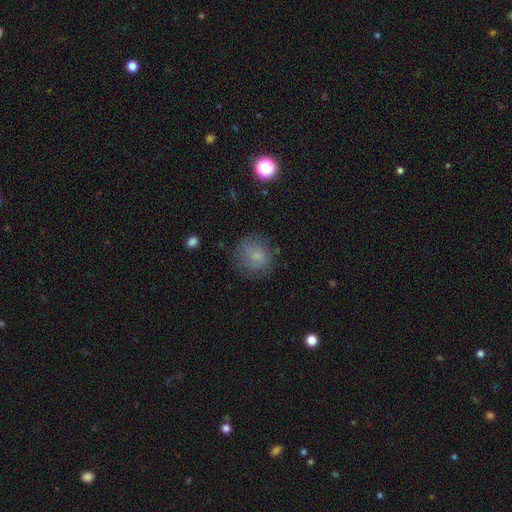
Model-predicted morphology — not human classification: smooth-or-featured: smooth: 73% | featured or disk: 15% | star or artifact: 12%
  how-rounded: round: 81% | in between: 18% | cigar-shaped: 1%
  merging: none: 71% | minor disturbance: 19% | major disturbance: 9% | merger: 1%